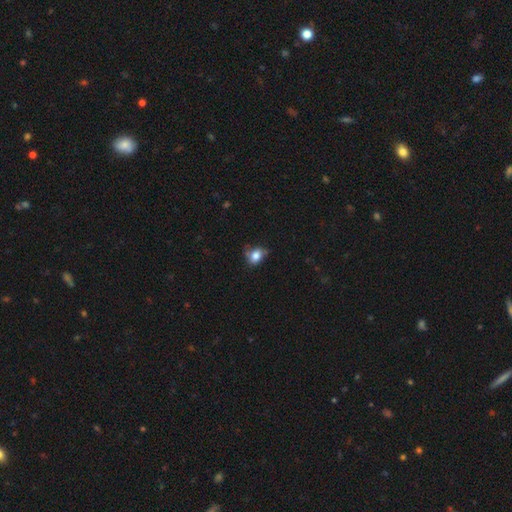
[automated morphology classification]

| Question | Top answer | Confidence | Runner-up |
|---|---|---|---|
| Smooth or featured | smooth | 76% | featured or disk (14%) |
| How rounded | in between | 56% | round (42%) |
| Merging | none | 47% | minor disturbance (35%) |